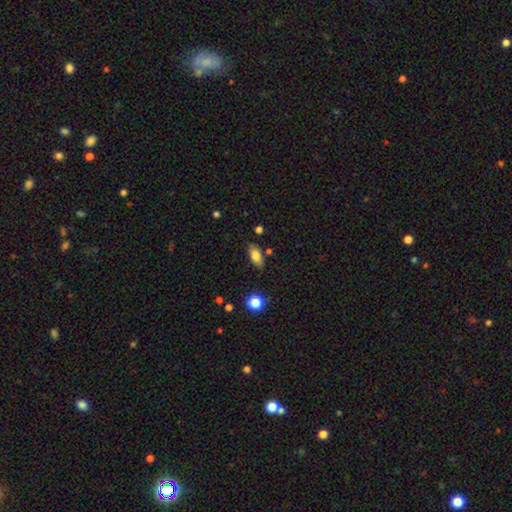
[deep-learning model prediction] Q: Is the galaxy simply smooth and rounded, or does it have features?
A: smooth — 82%.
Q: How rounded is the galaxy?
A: in between — 89%.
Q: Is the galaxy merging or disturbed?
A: none — 80%.